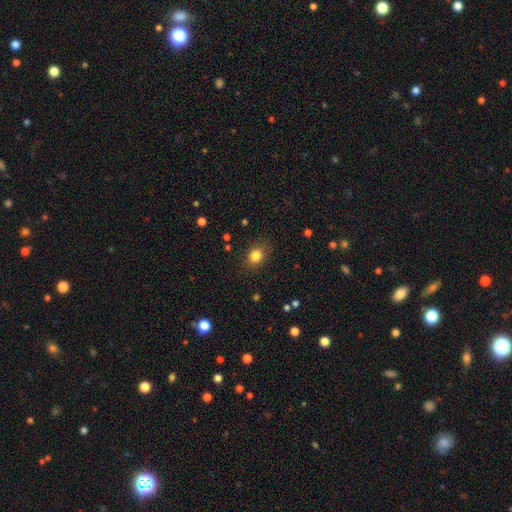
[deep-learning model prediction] Morphology: type=smooth (83%); roundness=round (59%); merging=none (83%).